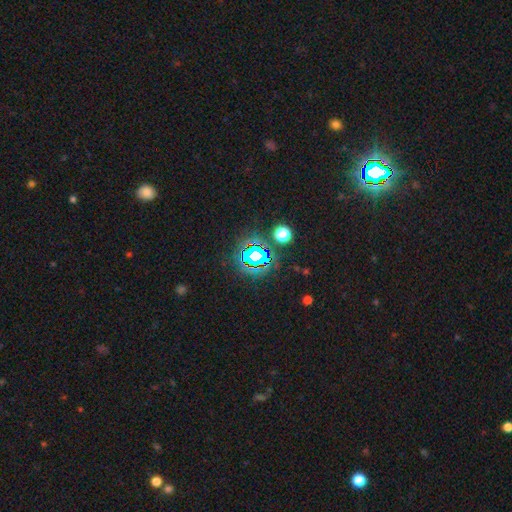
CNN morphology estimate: A star or artifact, not a galaxy (72%).